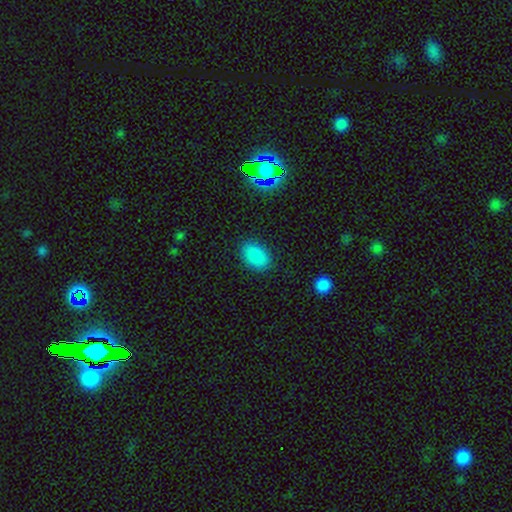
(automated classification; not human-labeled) Q: Smooth or featured?
A: smooth (87%); runner-up: star or artifact (9%)
Q: How rounded?
A: in between (86%); runner-up: round (13%)
Q: Merging?
A: none (87%); runner-up: minor disturbance (10%)